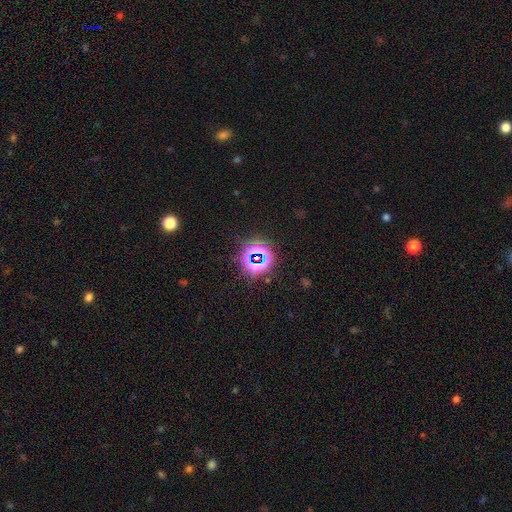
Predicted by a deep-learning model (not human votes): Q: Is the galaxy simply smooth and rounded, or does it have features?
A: star or artifact — 75%.